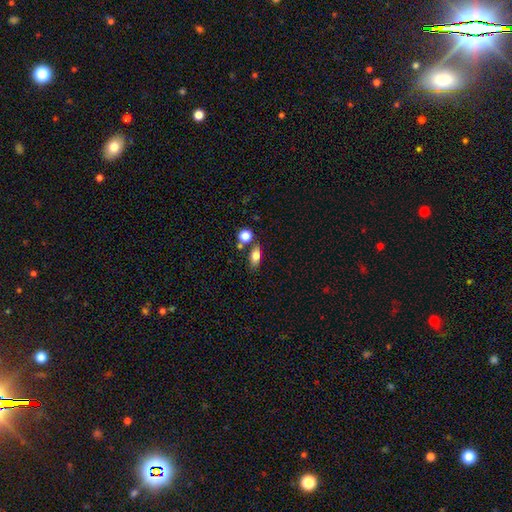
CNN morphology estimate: The model was most divided on "merging": none: 67%, merger: 16%, minor disturbance: 13%, major disturbance: 4%. More confident: how rounded — in between (80%); smooth or featured — smooth (79%).